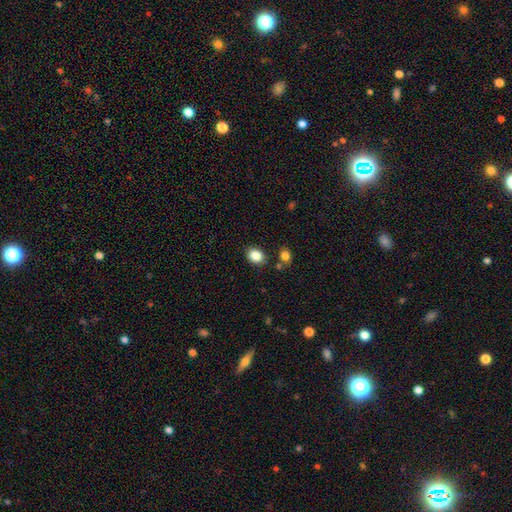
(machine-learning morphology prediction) This is clearly a smooth galaxy (86%). How rounded: possibly in between (54%). Merging: clearly none (84%).